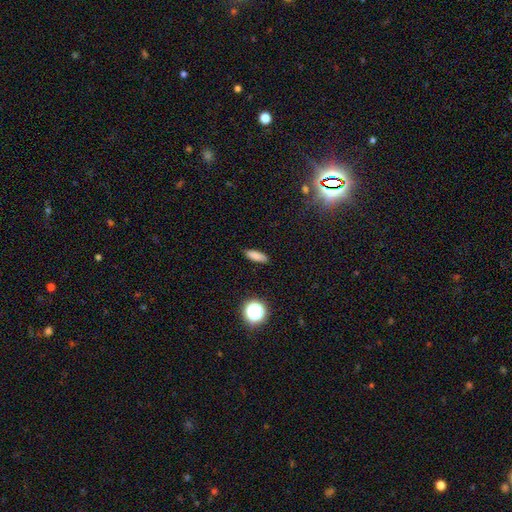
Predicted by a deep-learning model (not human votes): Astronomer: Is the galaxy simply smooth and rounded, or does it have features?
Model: smooth — 83%.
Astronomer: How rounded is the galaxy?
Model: in between — 52% (runner-up: cigar-shaped, 44%).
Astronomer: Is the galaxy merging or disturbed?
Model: none — 87%.